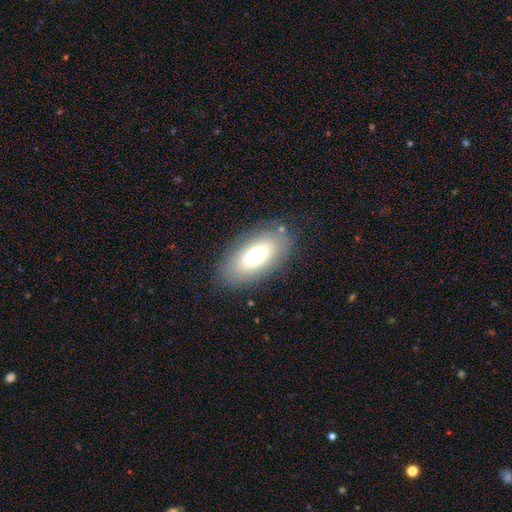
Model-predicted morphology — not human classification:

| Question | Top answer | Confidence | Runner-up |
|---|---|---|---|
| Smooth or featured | smooth | 76% | featured or disk (16%) |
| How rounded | in between | 92% | cigar-shaped (6%) |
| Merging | none | 83% | minor disturbance (11%) |